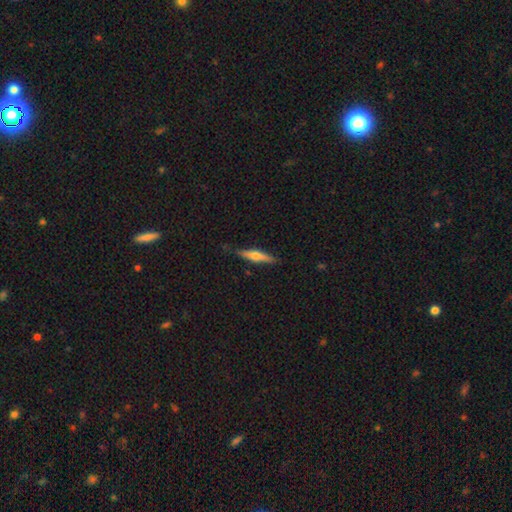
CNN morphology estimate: Overall: featured or disk (55%; smooth 39%). Edge-on disk: yes (96%). Edge-on bulge: rounded (90%). Merging: none (84%).